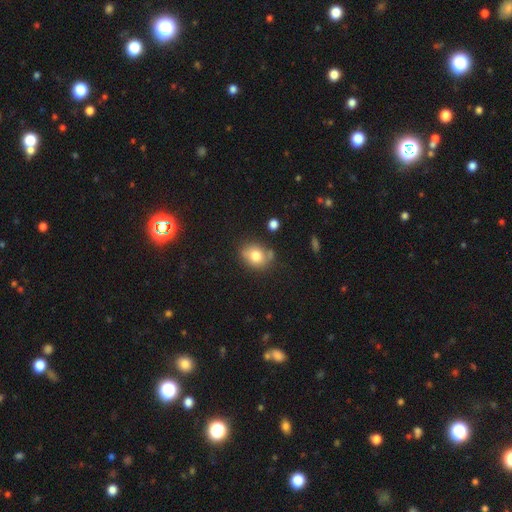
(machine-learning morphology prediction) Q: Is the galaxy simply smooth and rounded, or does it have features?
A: smooth — 76%.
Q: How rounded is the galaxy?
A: round — 51%.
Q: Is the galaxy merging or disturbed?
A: none — 64%.